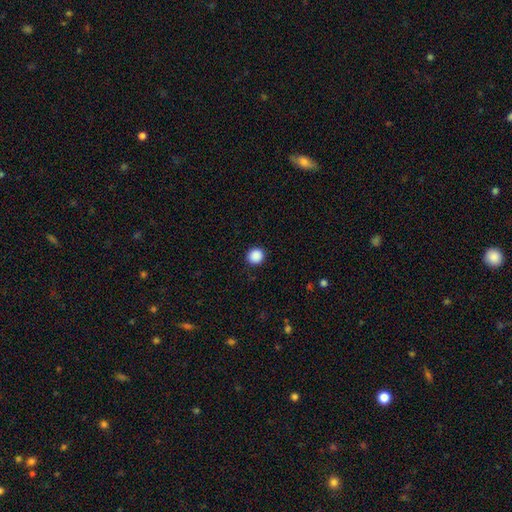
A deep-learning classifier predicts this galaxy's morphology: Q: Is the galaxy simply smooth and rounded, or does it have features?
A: smooth — 89%.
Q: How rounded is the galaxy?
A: round — 93%.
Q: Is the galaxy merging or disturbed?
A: none — 92%.